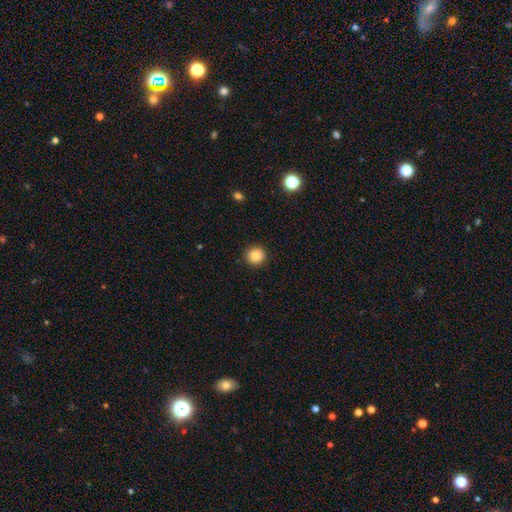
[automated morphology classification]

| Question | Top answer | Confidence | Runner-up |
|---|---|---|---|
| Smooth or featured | smooth | 85% | star or artifact (10%) |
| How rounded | round | 94% | in between (6%) |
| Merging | none | 92% | minor disturbance (6%) |